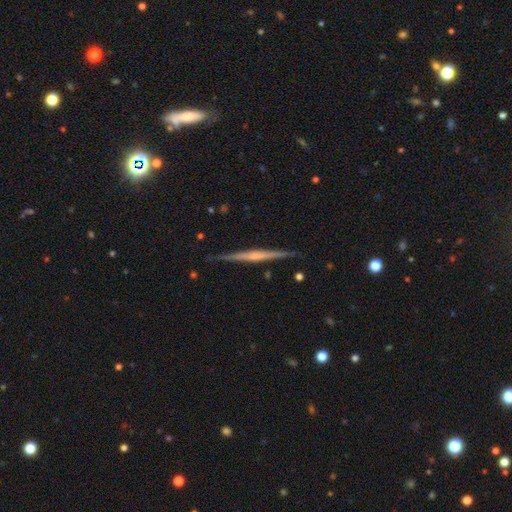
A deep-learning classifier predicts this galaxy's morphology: Overall: featured or disk (72%). Edge-on disk: yes (98%). Edge-on bulge: none (52%; rounded 31%). Merging: none (89%).